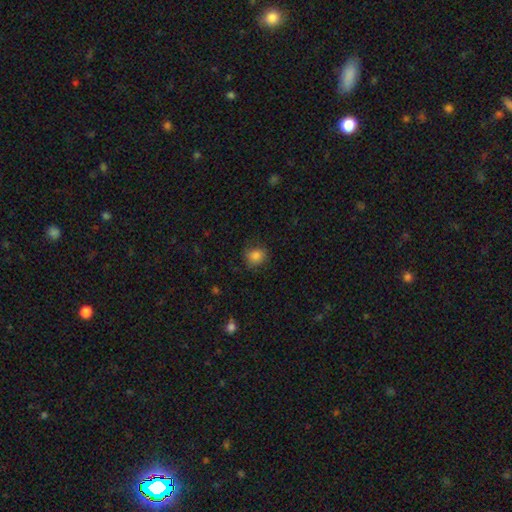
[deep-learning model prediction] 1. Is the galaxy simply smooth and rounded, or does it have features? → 84% smooth, 11% star or artifact, 5% featured or disk.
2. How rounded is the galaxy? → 71% round, 28% in between, 1% cigar-shaped.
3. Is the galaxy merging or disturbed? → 80% none, 15% minor disturbance, 4% major disturbance, 1% merger.